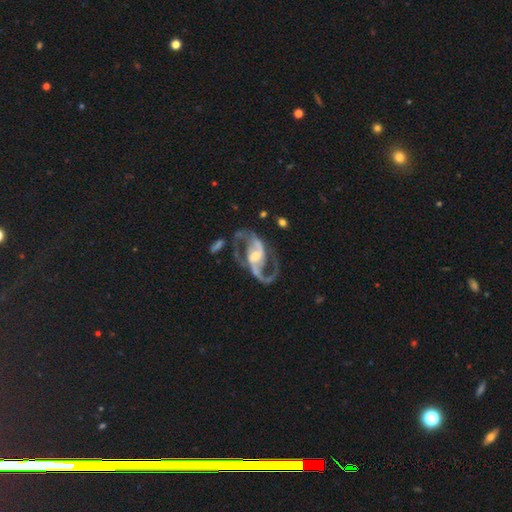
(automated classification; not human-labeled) The model was most divided on "bar": weak: 40%, strong: 35%, no: 24%. More confident: edge-on disk — no (97%); spiral arms — yes (96%); spiral arm count — 2 (92%); smooth or featured — featured or disk (91%); merging — none (65%); bulge size — moderate (53%); spiral winding — medium (52%).